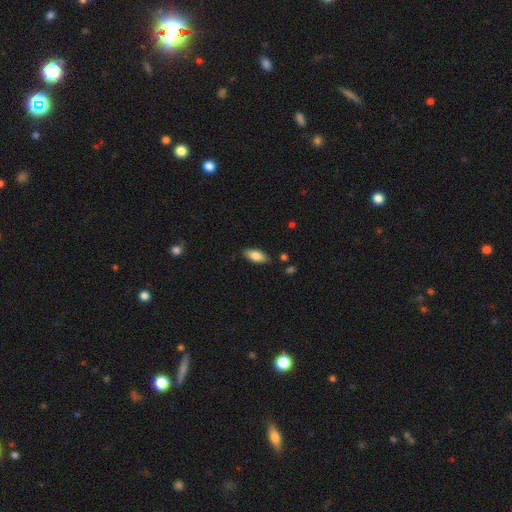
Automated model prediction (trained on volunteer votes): Smooth or featured: smooth — 80% (featured or disk — 14%)
How rounded: in between — 83% (cigar-shaped — 15%)
Merging: none — 86% (minor disturbance — 10%)